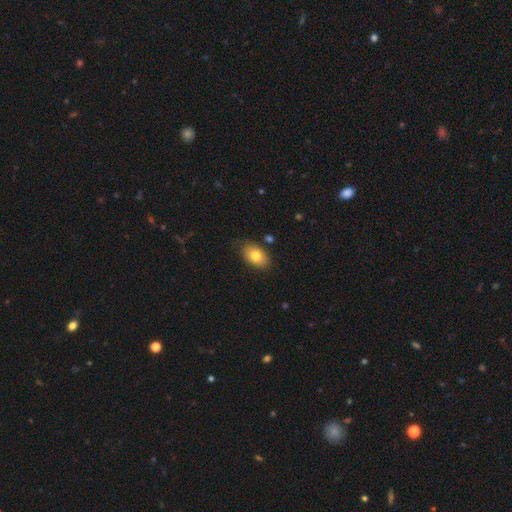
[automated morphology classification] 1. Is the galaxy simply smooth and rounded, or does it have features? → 78% smooth, 14% featured or disk, 8% star or artifact.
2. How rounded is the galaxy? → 88% in between, 11% round, 1% cigar-shaped.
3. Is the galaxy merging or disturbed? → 81% none, 13% minor disturbance, 3% major disturbance, 3% merger.